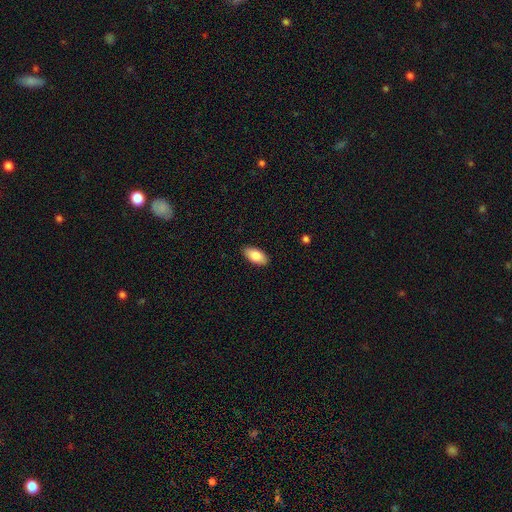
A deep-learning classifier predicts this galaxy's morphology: The model was most divided on "smooth or featured": smooth: 85%, featured or disk: 9%, star or artifact: 6%. More confident: how rounded — in between (92%); merging — none (89%).